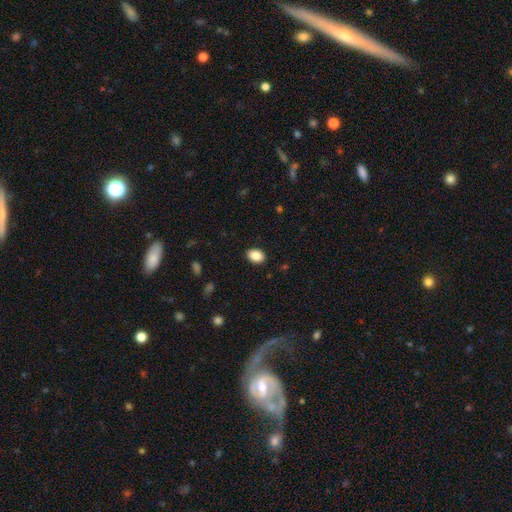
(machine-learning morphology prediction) smooth 87%, star or artifact 8%, featured or disk 5%. Down the decision tree: how rounded — in between (77%); merging — none (89%).